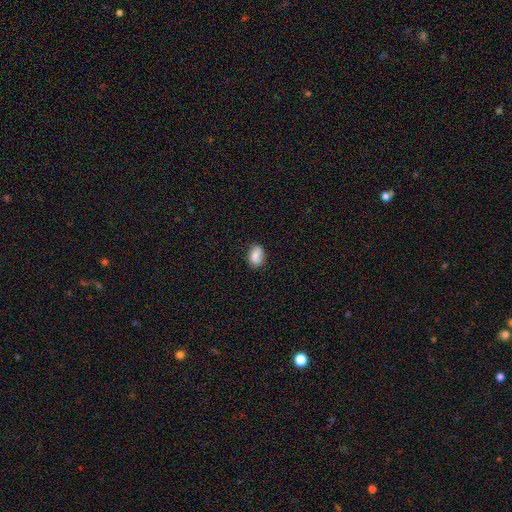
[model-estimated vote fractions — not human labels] A smooth galaxy with no disk features (81%) that is in between round and cigar-shaped (80%).

Vote fractions:
- Smooth or featured? smooth: 81% / featured or disk: 10% / star or artifact: 8%
- How rounded? in between: 80% / round: 18% / cigar-shaped: 2%
- Merging? none: 77% / minor disturbance: 18% / major disturbance: 3% / merger: 2%